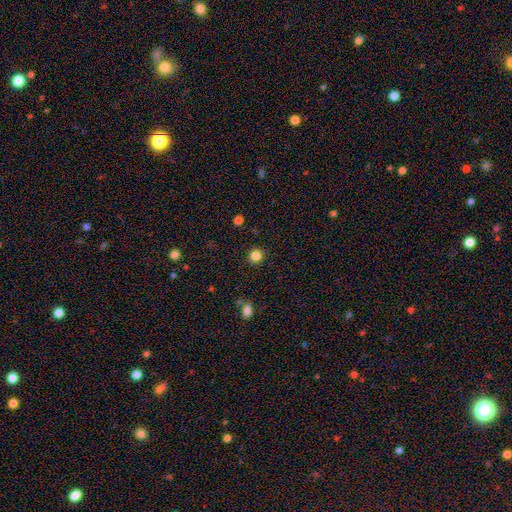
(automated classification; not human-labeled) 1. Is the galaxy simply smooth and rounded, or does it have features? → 84% smooth, 12% star or artifact, 4% featured or disk.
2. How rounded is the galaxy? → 93% round, 6% in between, 1% cigar-shaped.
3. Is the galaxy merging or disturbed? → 91% none, 5% minor disturbance, 2% major disturbance, 1% merger.